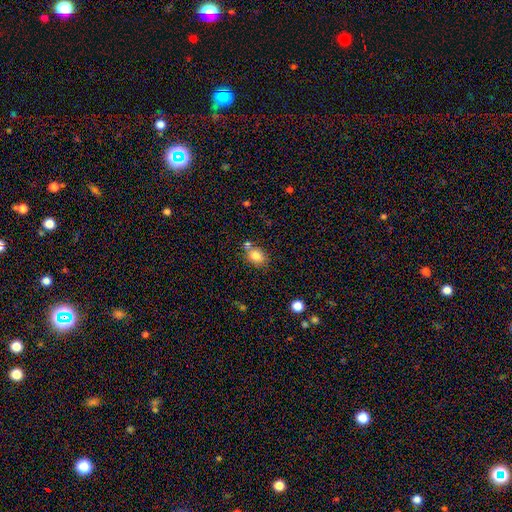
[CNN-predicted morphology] smooth-or-featured: smooth: 81% | star or artifact: 10% | featured or disk: 9%
  how-rounded: in between: 59% | round: 39% | cigar-shaped: 1%
  merging: none: 53% | merger: 28% | minor disturbance: 15% | major disturbance: 5%